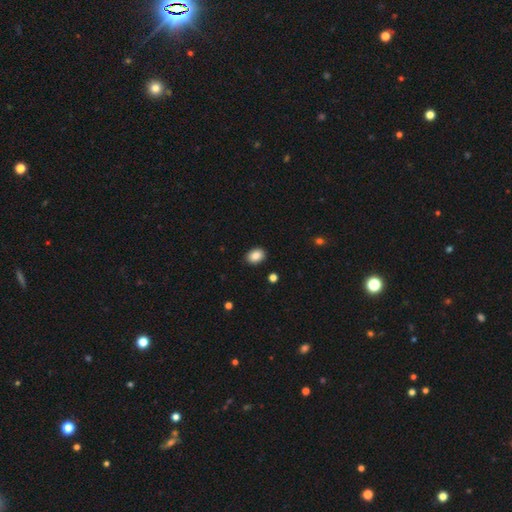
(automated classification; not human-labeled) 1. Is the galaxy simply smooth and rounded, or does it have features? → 87% smooth, 8% star or artifact, 5% featured or disk.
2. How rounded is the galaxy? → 73% in between, 26% round, 1% cigar-shaped.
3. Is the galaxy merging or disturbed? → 88% none, 8% minor disturbance, 2% major disturbance, 1% merger.